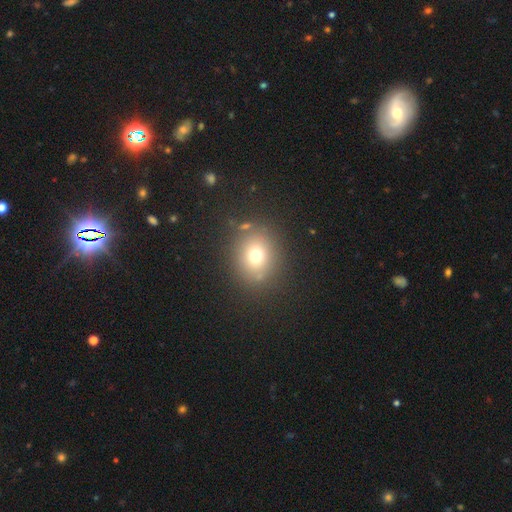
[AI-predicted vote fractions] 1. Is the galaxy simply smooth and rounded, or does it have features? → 70% smooth, 18% star or artifact, 12% featured or disk.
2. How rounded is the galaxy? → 70% round, 29% in between, 1% cigar-shaped.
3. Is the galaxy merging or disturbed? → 82% none, 10% minor disturbance, 5% major disturbance, 4% merger.